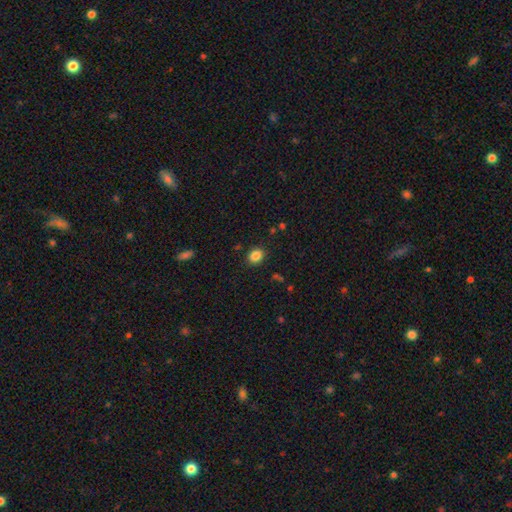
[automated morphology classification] smooth 85%, star or artifact 10%, featured or disk 4%. Down the decision tree: how rounded — round (59%); merging — none (88%).